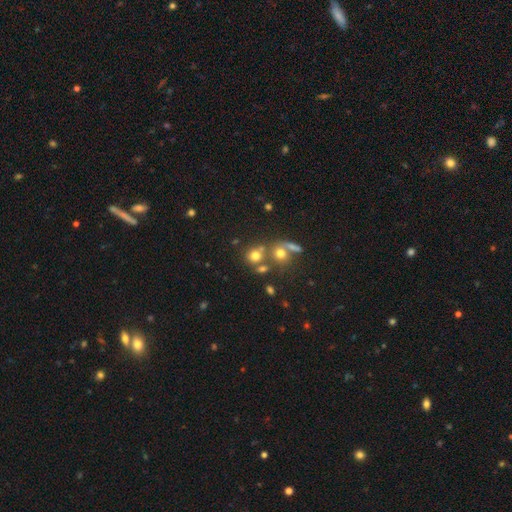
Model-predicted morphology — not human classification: smooth 69%, star or artifact 17%, featured or disk 14%. Down the decision tree: how rounded — round (78%); merging — none (52%).